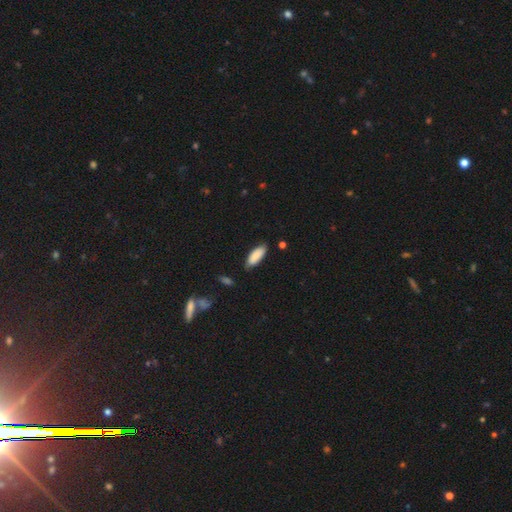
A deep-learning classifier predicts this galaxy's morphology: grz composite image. It shows a smooth galaxy with no disk features (86%) that is in between round and cigar-shaped (73%). Merging: none (79%).